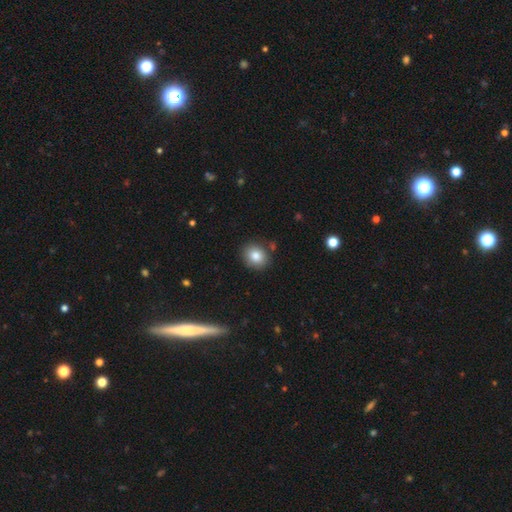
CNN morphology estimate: This appears to be a smooth galaxy with no disk features (83%) that is round (69%). Merging: none (84%).